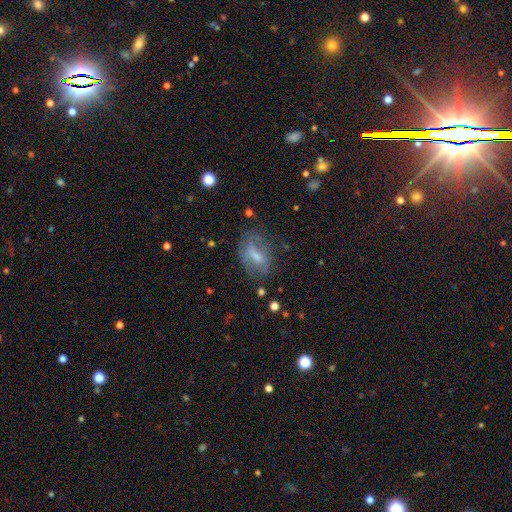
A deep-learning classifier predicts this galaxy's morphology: smooth-or-featured: featured or disk: 49% | smooth: 37% | star or artifact: 14%
  merging: none: 59% | minor disturbance: 23% | major disturbance: 15% | merger: 3%